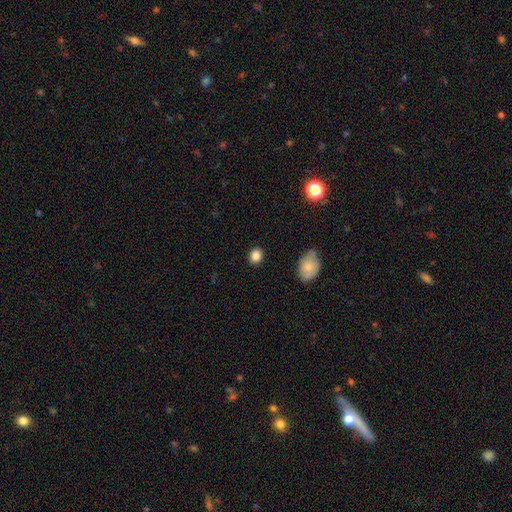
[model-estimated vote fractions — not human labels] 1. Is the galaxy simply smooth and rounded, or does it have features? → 86% smooth, 10% star or artifact, 4% featured or disk.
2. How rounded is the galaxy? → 69% round, 30% in between, 1% cigar-shaped.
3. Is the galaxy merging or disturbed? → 88% none, 8% minor disturbance, 2% major disturbance, 1% merger.